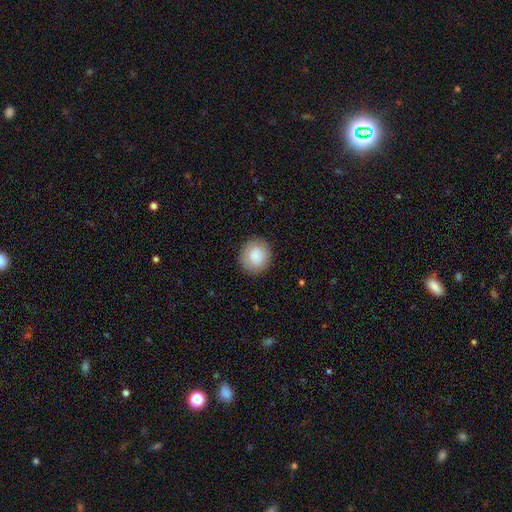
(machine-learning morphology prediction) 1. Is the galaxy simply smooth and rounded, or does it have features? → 85% smooth, 8% featured or disk, 7% star or artifact.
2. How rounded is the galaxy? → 85% round, 14% in between, 1% cigar-shaped.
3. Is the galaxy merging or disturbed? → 88% none, 9% minor disturbance, 3% major disturbance, 1% merger.